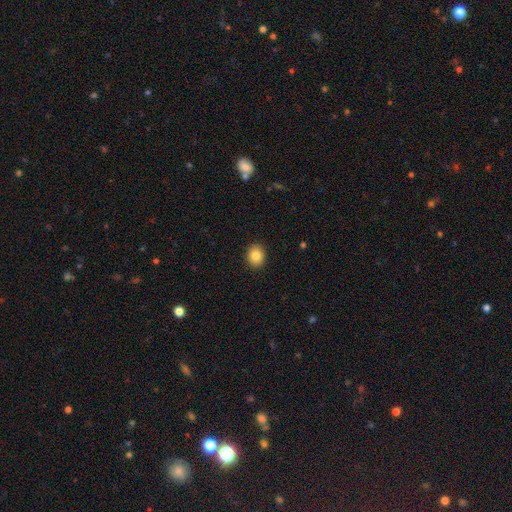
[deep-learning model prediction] Morphology: type=smooth (85%); roundness=round (59%); merging=none (91%).